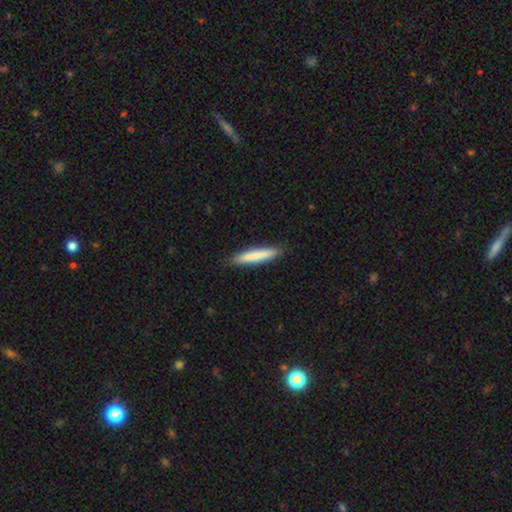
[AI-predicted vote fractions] smooth-or-featured: smooth: 80% | featured or disk: 14% | star or artifact: 5%
  how-rounded: cigar-shaped: 91% | in between: 8% | round: 1%
  merging: none: 87% | minor disturbance: 10% | major disturbance: 2% | merger: 1%